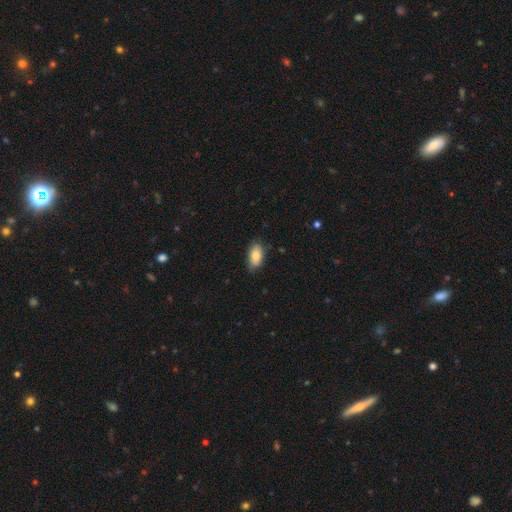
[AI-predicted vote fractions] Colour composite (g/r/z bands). It shows a smooth galaxy with no disk features (83%) that is in between round and cigar-shaped (93%). Merging: none (76%).